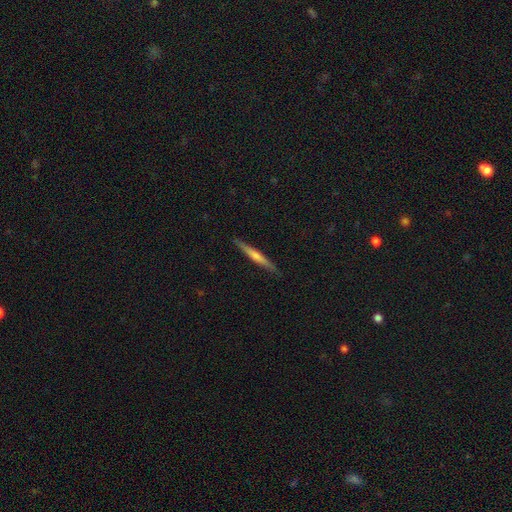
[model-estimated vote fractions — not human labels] Smooth or featured?
  - featured or disk: 58% *
  - smooth: 36%
  - star or artifact: 6%
Edge-on disk?
  - yes: 97% *
  - no: 3%
Edge-on bulge?
  - rounded: 57% *
  - none: 33%
  - boxy: 10%
Merging?
  - none: 91% *
  - minor disturbance: 7%
  - major disturbance: 1%
  - merger: 1%